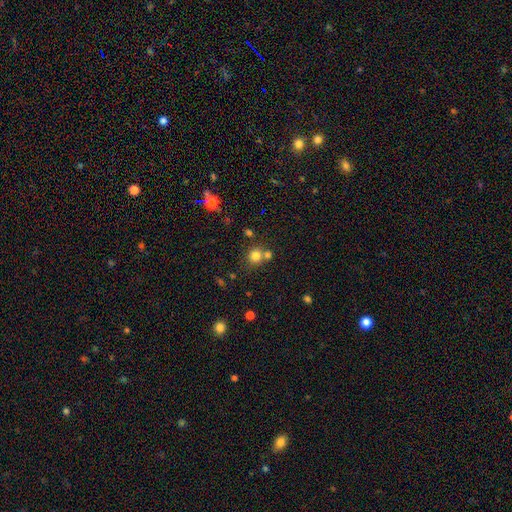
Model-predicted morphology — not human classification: This is likely a smooth galaxy (79%). How rounded: clearly round (88%). Merging: likely none (62%).